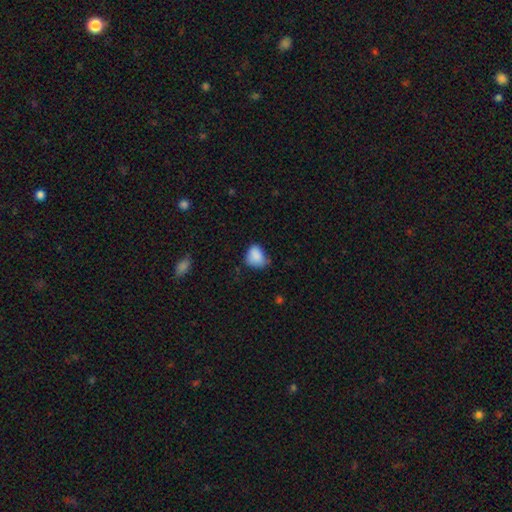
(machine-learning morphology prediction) type=smooth (85%); roundness=in between (64%); merging=none (45%).